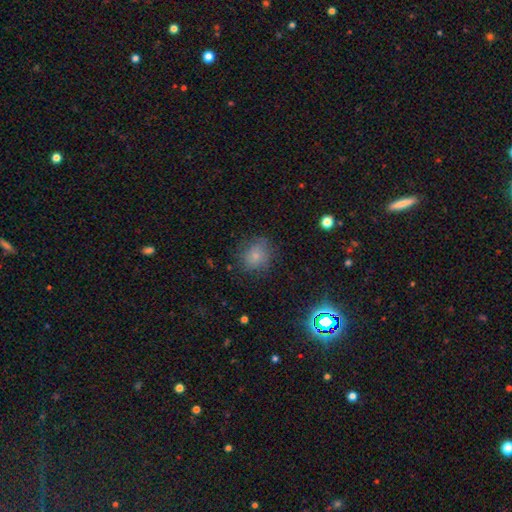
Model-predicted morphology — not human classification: This is likely a smooth galaxy (72%). How rounded: likely round (76%). Merging: likely none (72%).